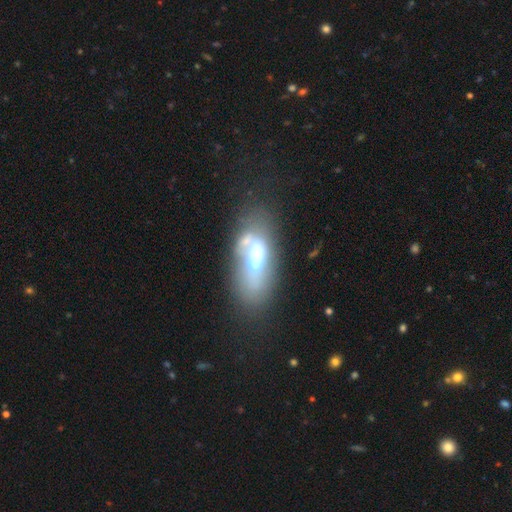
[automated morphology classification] smooth-or-featured: featured or disk: 51% | smooth: 38% | star or artifact: 11%
  disk-edge-on: no: 87% | yes: 13%
  merging: merger: 31% | none: 30% | major disturbance: 22% | minor disturbance: 17%